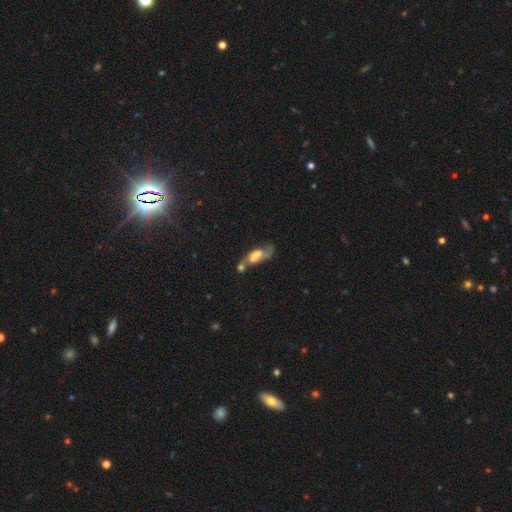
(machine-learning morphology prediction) A smooth galaxy with no disk features (46%). Merging: merger (36%).